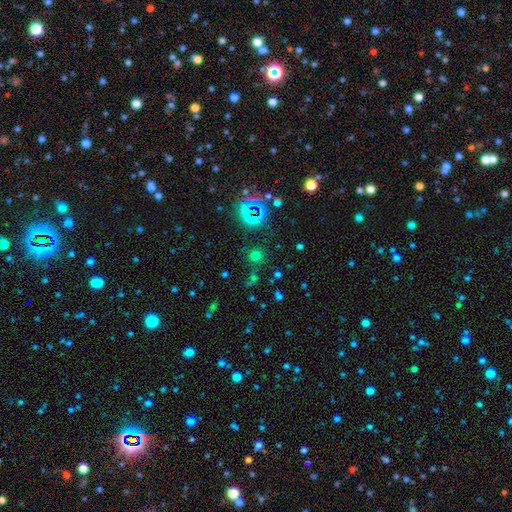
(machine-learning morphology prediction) smooth-or-featured: smooth: 55% | star or artifact: 37% | featured or disk: 7%
  how-rounded: round: 91% | in between: 8% | cigar-shaped: 1%
  merging: none: 79% | minor disturbance: 9% | merger: 7% | major disturbance: 5%